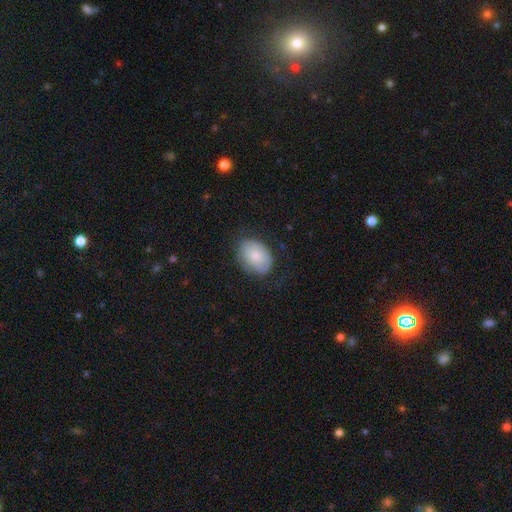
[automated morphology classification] smooth_or_featured: smooth (p=0.77) [alt: featured or disk p=0.16]
how_rounded: in between (p=0.79) [alt: round p=0.20]
merging: none (p=0.73) [alt: minor disturbance p=0.20]